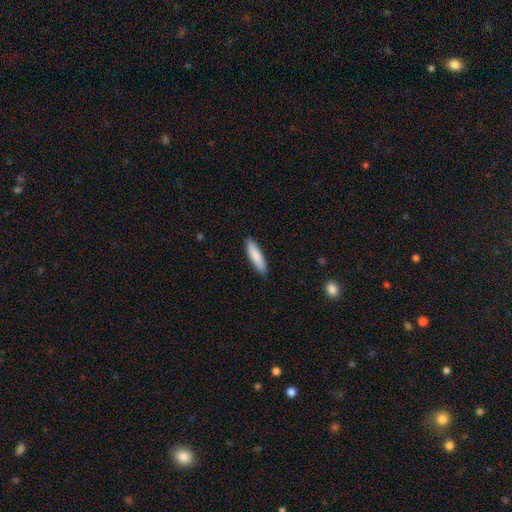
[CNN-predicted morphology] smooth_or_featured: smooth (p=0.85) [alt: featured or disk p=0.10]
how_rounded: cigar-shaped (p=0.71) [alt: in between p=0.28]
merging: none (p=0.88) [alt: minor disturbance p=0.09]